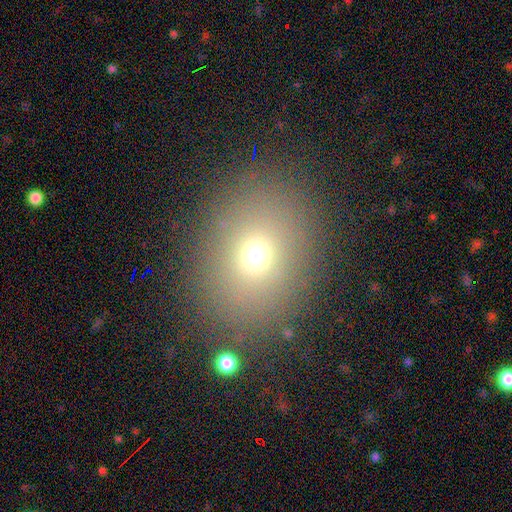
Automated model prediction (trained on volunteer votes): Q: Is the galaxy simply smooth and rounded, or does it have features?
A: smooth — 69%.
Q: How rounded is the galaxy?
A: round — 50%.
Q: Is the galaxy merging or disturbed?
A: none — 85%.